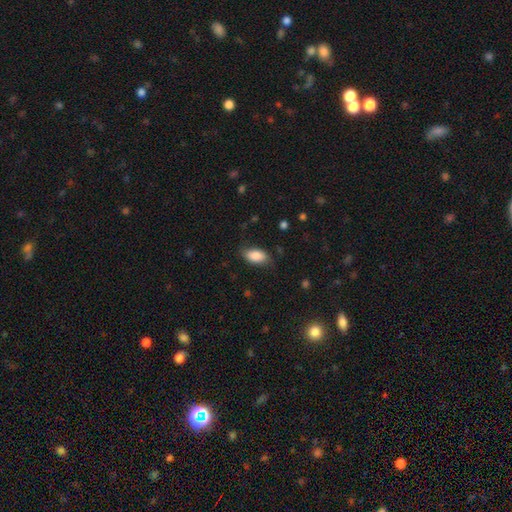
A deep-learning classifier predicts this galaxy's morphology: smooth_or_featured: smooth (p=0.86) [alt: featured or disk p=0.07]
how_rounded: in between (p=0.92) [alt: cigar-shaped p=0.04]
merging: none (p=0.78) [alt: minor disturbance p=0.17]